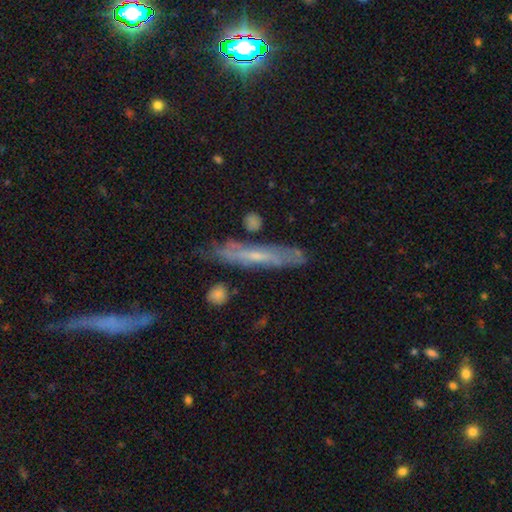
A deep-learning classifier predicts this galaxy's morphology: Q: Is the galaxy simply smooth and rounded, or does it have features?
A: featured or disk — 60%.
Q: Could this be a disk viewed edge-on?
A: yes — 60%.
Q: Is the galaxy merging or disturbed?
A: none — 72%.